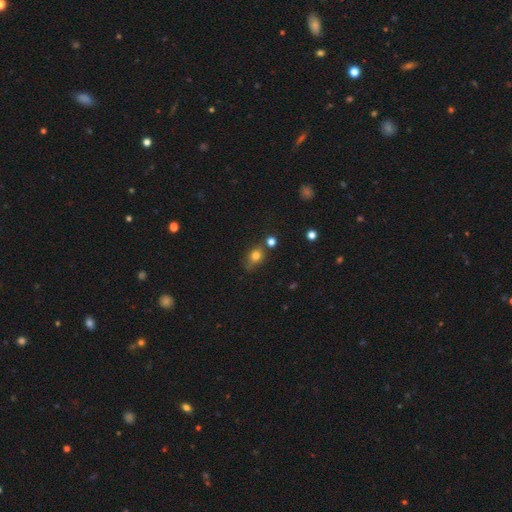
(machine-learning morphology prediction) Smooth or featured: smooth — 75% (star or artifact — 14%)
How rounded: in between — 50% (round — 47%)
Merging: none — 58% (minor disturbance — 24%)